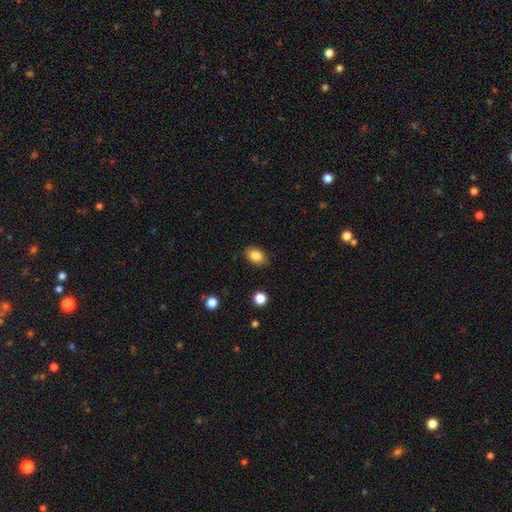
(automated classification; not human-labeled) This is clearly a smooth galaxy (84%). How rounded: likely in between (79%). Merging: clearly none (87%).